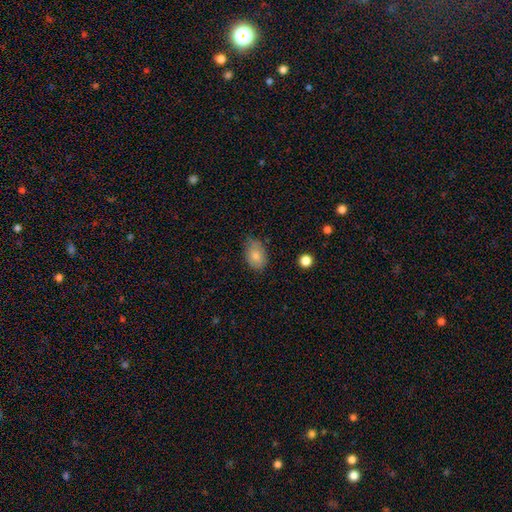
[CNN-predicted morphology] Q: Smooth or featured?
A: smooth (80%); runner-up: featured or disk (12%)
Q: How rounded?
A: in between (84%); runner-up: round (14%)
Q: Merging?
A: none (66%); runner-up: minor disturbance (27%)